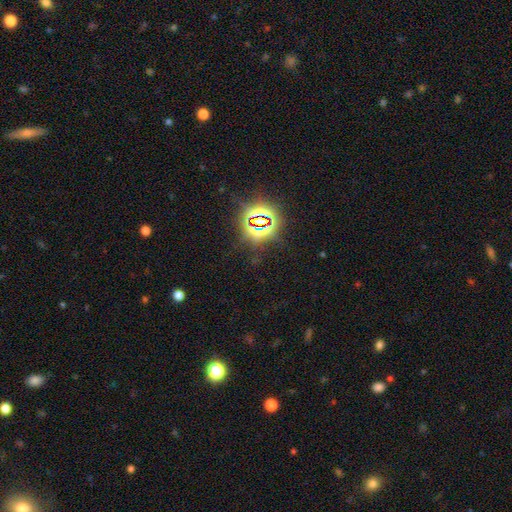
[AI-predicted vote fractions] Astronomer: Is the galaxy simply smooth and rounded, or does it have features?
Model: star or artifact — 79%.